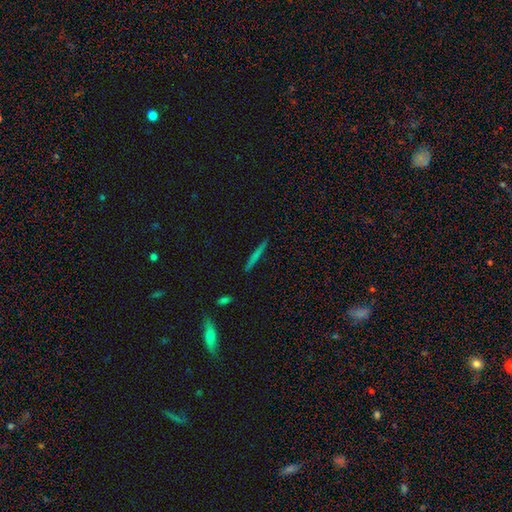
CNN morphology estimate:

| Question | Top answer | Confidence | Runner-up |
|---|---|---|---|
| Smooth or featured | smooth | 54% | featured or disk (36%) |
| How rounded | cigar-shaped | 95% | in between (3%) |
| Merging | none | 90% | minor disturbance (6%) |